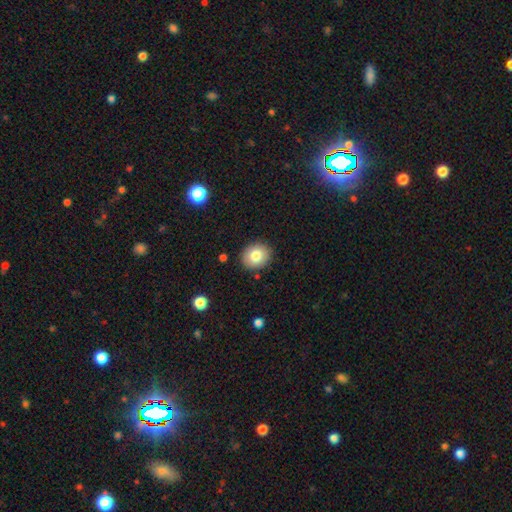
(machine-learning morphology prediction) Overall: smooth (81%). How rounded: round (66%; in between 33%). Merging: none (89%).